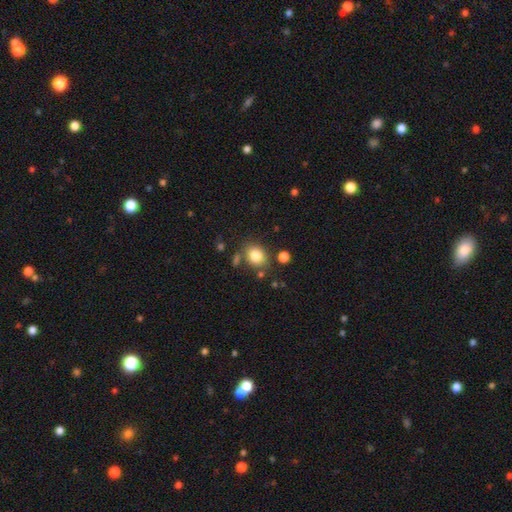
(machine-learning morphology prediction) Smooth or featured: smooth — 82% (star or artifact — 10%)
How rounded: round — 50% (in between — 49%)
Merging: none — 75% (minor disturbance — 13%)